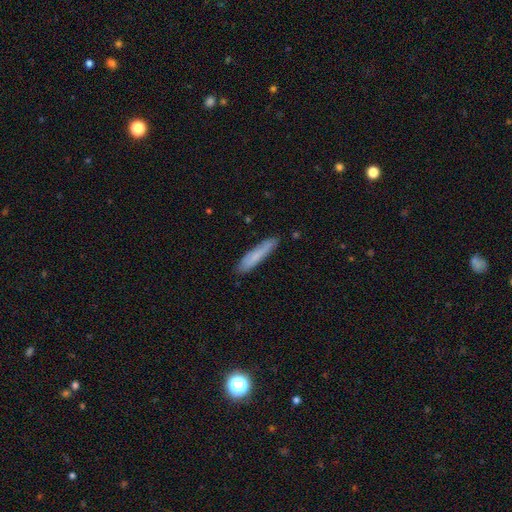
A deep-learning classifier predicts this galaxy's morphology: This is likely a smooth galaxy (75%). How rounded: clearly cigar-shaped (90%). Merging: clearly none (83%).